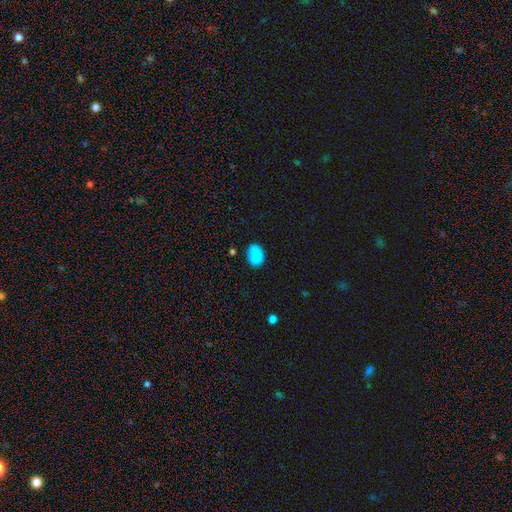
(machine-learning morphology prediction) type=smooth (76%); roundness=in between (70%); merging=none (50%).